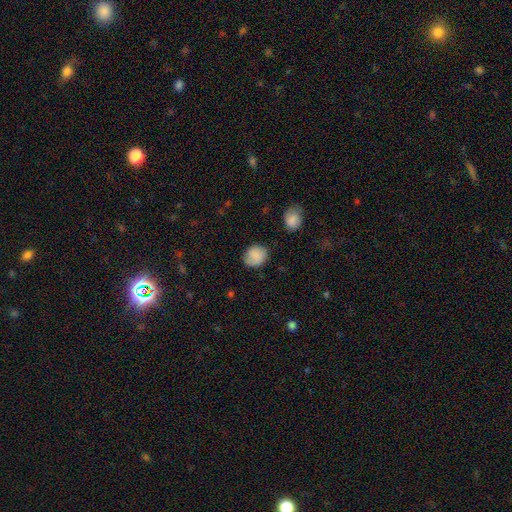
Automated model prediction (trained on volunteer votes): smooth 78%, featured or disk 13%, star or artifact 8%. Down the decision tree: how rounded — round (73%); merging — none (73%).